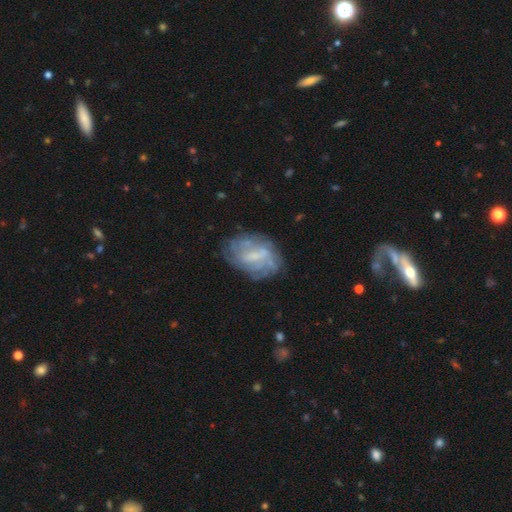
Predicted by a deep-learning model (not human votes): featured or disk 65%, smooth 26%, star or artifact 9%. Down the decision tree: edge-on disk — no (96%); bar — weak (51%); spiral arms — yes (59%); bulge size — small (36%); merging — none (63%).